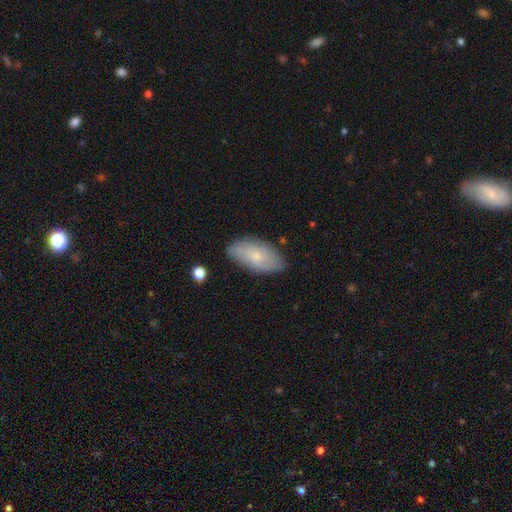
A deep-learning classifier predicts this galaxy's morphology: A smooth galaxy with no disk features (65%) that is in between round and cigar-shaped (94%). Merging: none (78%).